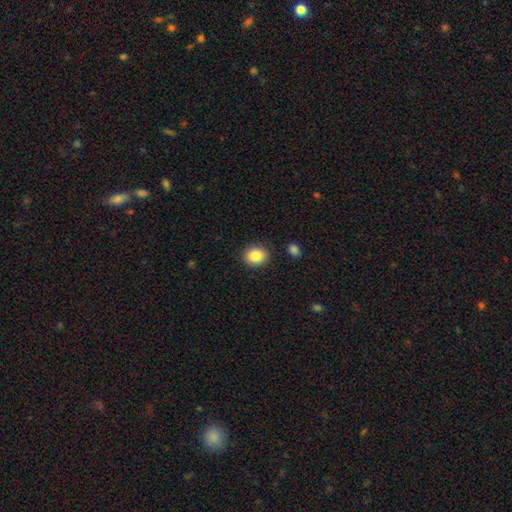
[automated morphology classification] This appears to be a smooth galaxy with no disk features (86%) that is round (71%). Merging: none (88%).